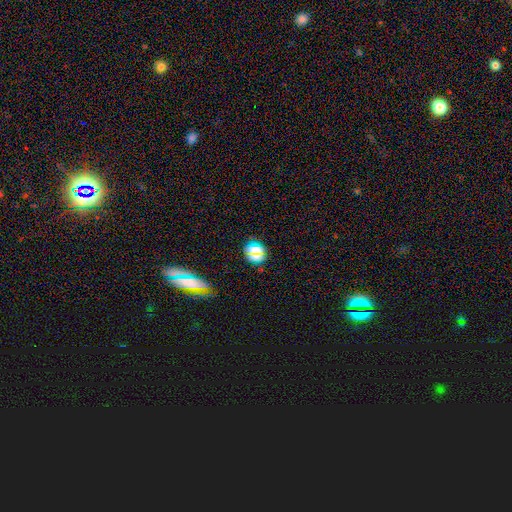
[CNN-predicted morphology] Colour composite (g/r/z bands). It shows a smooth galaxy with no disk features (60%) that is round (56%). Merging: none (82%).